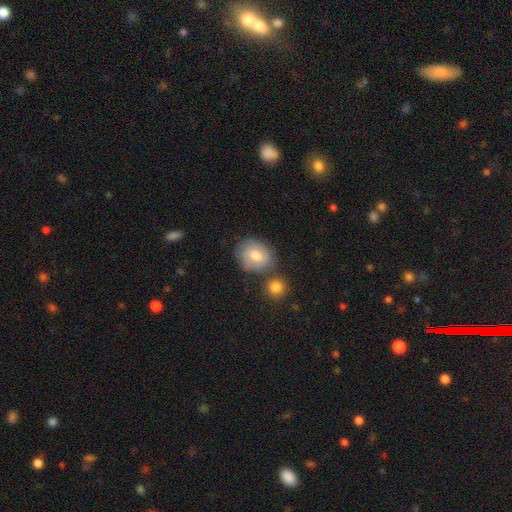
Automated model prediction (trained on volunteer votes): A smooth galaxy with no disk features (69%) that is round (65%).

Vote fractions:
- Smooth or featured? smooth: 69% / featured or disk: 23% / star or artifact: 8%
- How rounded? round: 65% / in between: 33% / cigar-shaped: 1%
- Merging? none: 62% / minor disturbance: 18% / merger: 15% / major disturbance: 5%